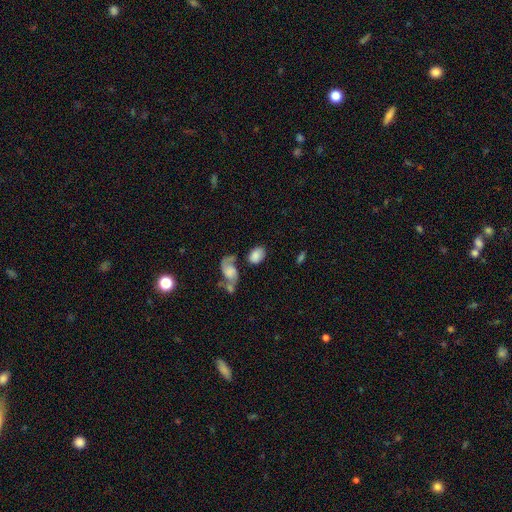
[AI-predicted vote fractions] Smooth or featured?
  - smooth: 75% *
  - featured or disk: 17%
  - star or artifact: 8%
How rounded?
  - in between: 84% *
  - round: 14%
  - cigar-shaped: 2%
Merging?
  - none: 50% *
  - merger: 23%
  - minor disturbance: 17%
  - major disturbance: 10%